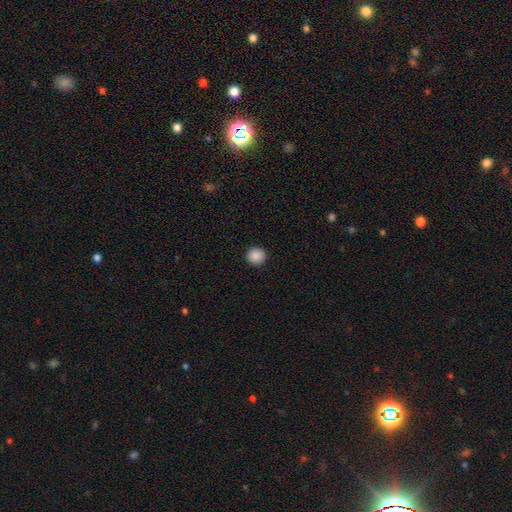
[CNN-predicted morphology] Smooth or featured?
  - smooth: 89% *
  - star or artifact: 9%
  - featured or disk: 3%
How rounded?
  - round: 94% *
  - in between: 5%
  - cigar-shaped: 1%
Merging?
  - none: 93% *
  - minor disturbance: 4%
  - major disturbance: 2%
  - merger: 1%